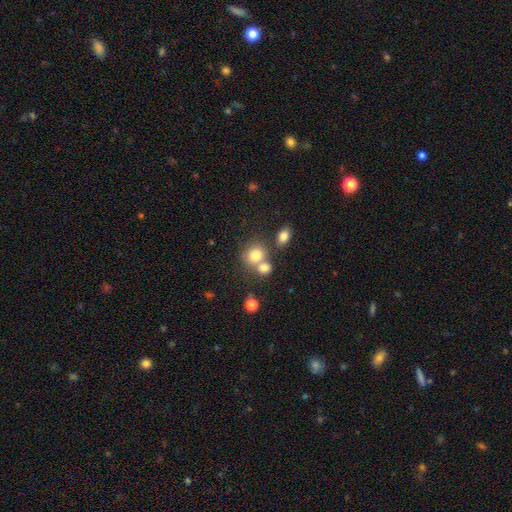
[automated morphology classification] type=smooth (78%); roundness=round (75%); merging=none (47%).